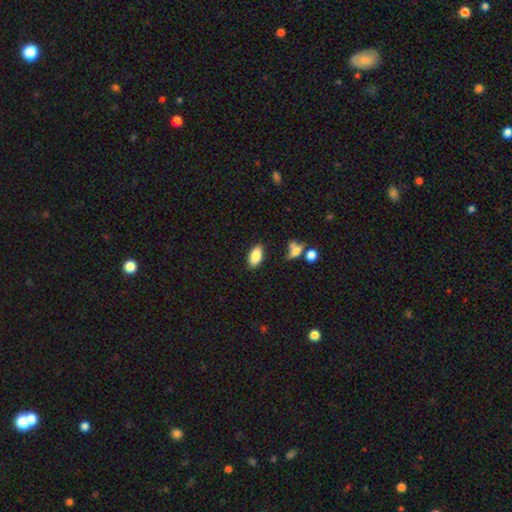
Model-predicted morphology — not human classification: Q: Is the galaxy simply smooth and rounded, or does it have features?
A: smooth — 84%.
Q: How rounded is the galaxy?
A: in between — 92%.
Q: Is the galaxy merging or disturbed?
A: none — 81%.